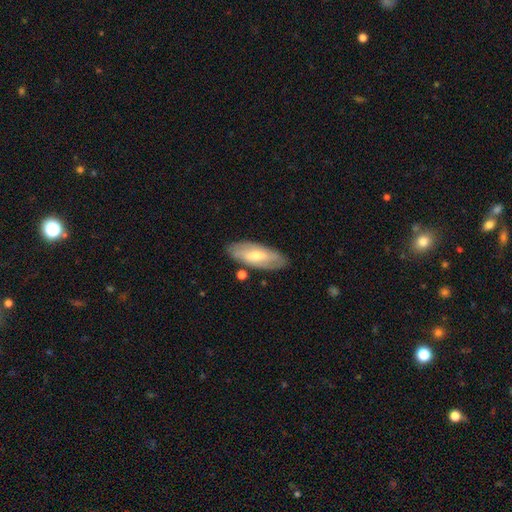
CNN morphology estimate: type=featured or disk (48%); merging=none (80%).